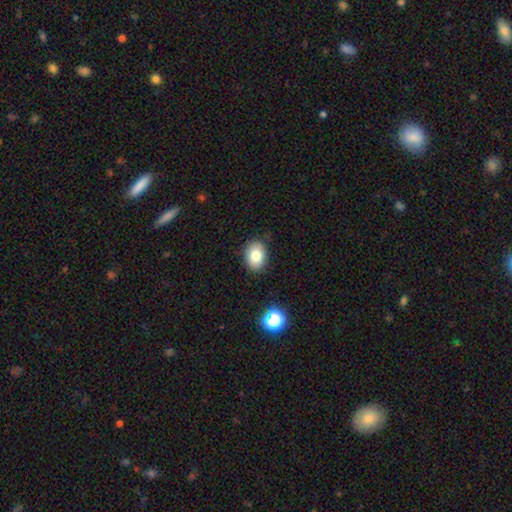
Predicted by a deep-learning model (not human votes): This is clearly a smooth galaxy (81%). How rounded: likely in between (71%). Merging: clearly none (84%).